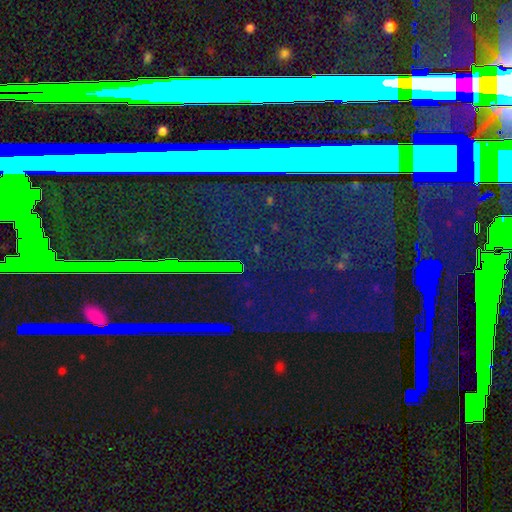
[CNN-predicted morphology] Smooth or featured? star or artifact (77%)